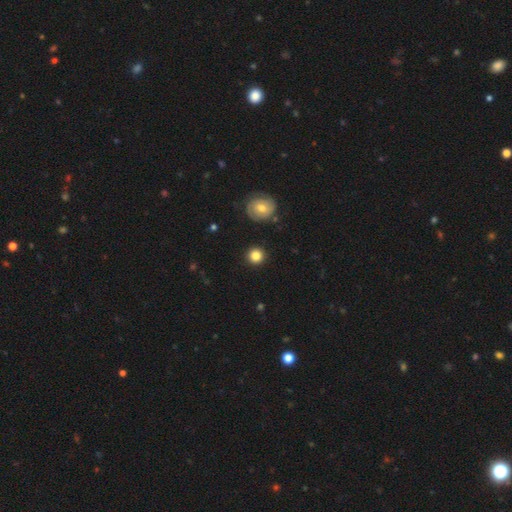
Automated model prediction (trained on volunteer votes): The model was most divided on "smooth or featured": smooth: 84%, star or artifact: 10%, featured or disk: 6%. More confident: how rounded — round (94%); merging — none (91%).